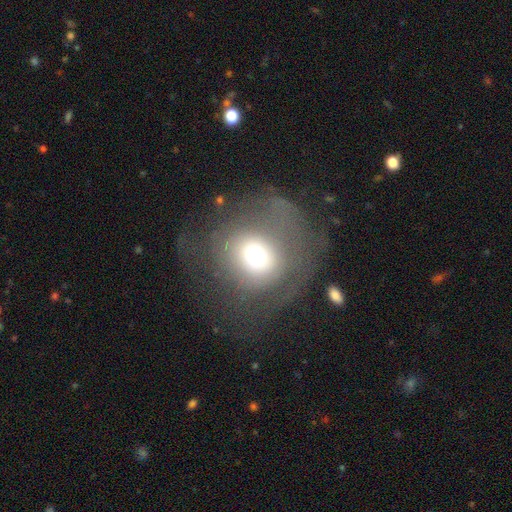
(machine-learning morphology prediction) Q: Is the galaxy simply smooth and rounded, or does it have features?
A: smooth — 56%.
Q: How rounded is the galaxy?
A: round — 84%.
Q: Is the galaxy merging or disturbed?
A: none — 56%.